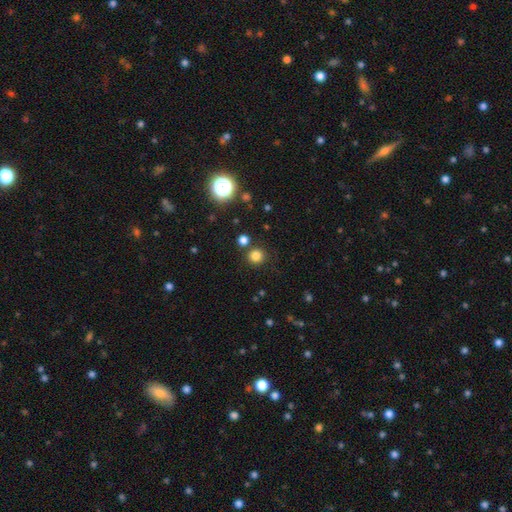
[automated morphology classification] A smooth galaxy with no disk features (80%) that is round (92%).

Vote fractions:
- Smooth or featured? smooth: 80% / star or artifact: 15% / featured or disk: 5%
- How rounded? round: 92% / in between: 7% / cigar-shaped: 1%
- Merging? none: 83% / merger: 7% / minor disturbance: 7% / major disturbance: 3%